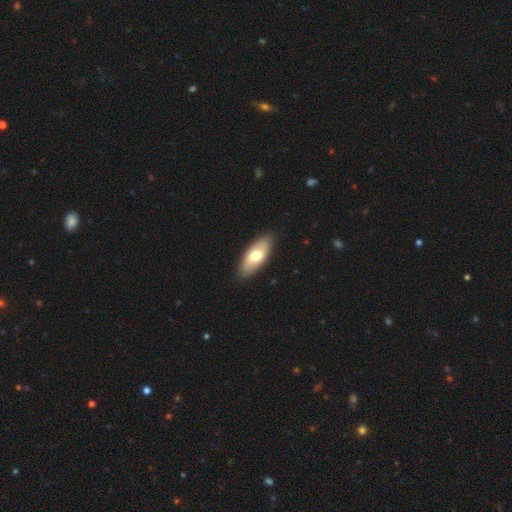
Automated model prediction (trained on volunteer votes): Q: Smooth or featured?
A: smooth (65%); runner-up: featured or disk (30%)
Q: How rounded?
A: in between (84%); runner-up: cigar-shaped (13%)
Q: Merging?
A: none (88%); runner-up: minor disturbance (9%)